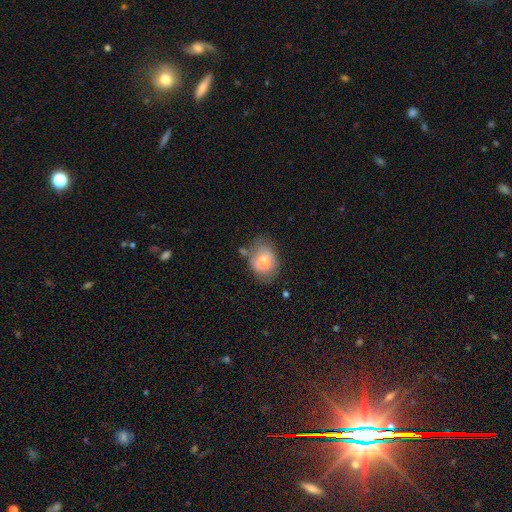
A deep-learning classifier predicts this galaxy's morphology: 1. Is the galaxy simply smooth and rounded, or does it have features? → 68% smooth, 22% featured or disk, 10% star or artifact.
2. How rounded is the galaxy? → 57% in between, 42% round, 1% cigar-shaped.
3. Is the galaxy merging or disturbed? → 65% none, 22% minor disturbance, 7% merger, 6% major disturbance.